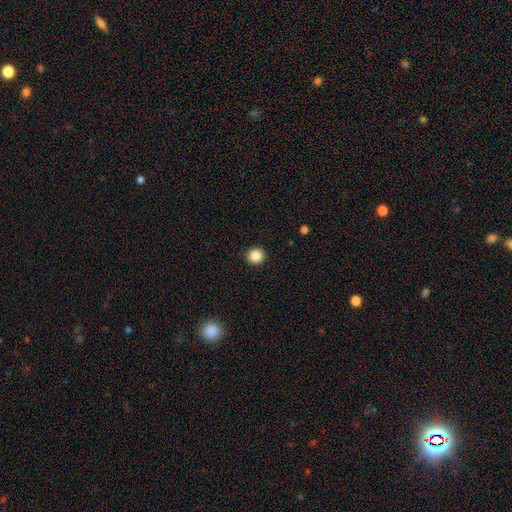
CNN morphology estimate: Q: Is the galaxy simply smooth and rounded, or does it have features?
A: smooth — 87%.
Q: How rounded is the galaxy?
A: round — 93%.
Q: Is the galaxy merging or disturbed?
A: none — 93%.